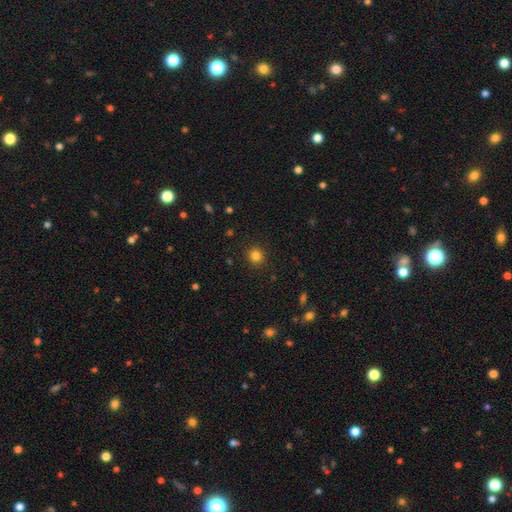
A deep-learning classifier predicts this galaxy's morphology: The model was most divided on "smooth or featured": smooth: 82%, star or artifact: 13%, featured or disk: 5%. More confident: merging — none (91%); how rounded — round (90%).